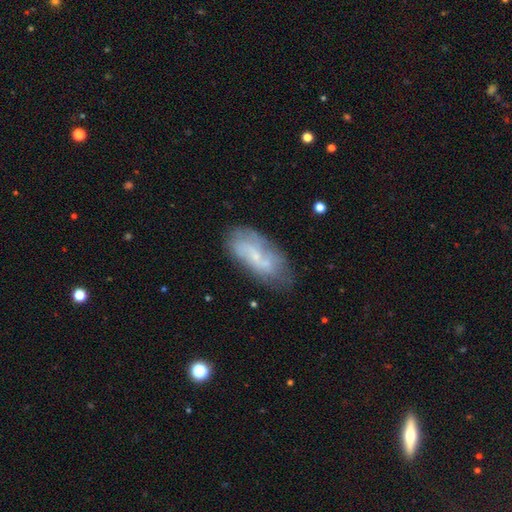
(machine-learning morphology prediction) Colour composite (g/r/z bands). It shows a featured or disk galaxy (53%). Merging: none (56%).